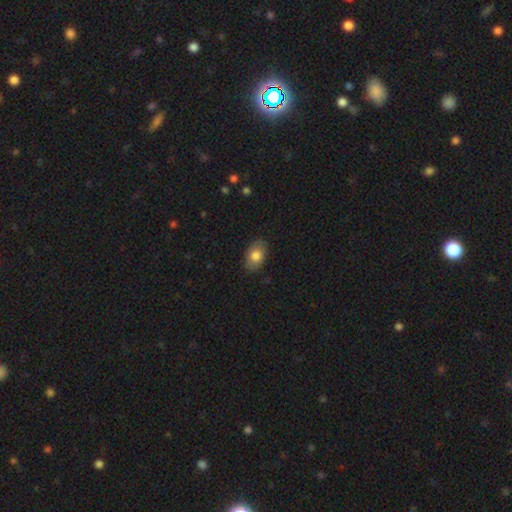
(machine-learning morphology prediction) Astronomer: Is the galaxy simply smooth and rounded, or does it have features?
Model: smooth — 80%.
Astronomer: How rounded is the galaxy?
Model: in between — 85%.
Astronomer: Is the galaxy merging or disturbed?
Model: none — 84%.